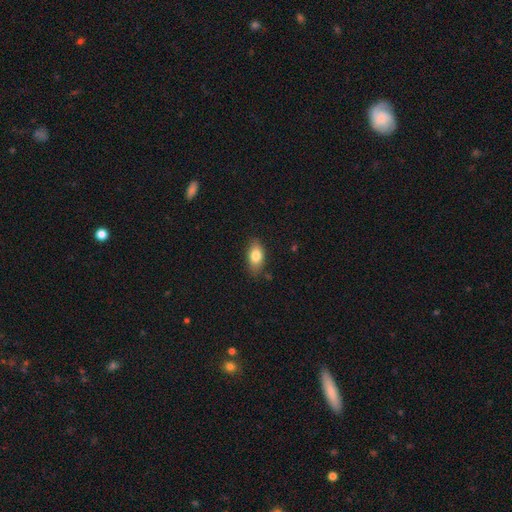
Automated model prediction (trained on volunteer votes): smooth-or-featured: smooth: 80% | featured or disk: 13% | star or artifact: 7%
  how-rounded: in between: 87% | cigar-shaped: 7% | round: 5%
  merging: none: 80% | minor disturbance: 15% | major disturbance: 3% | merger: 1%